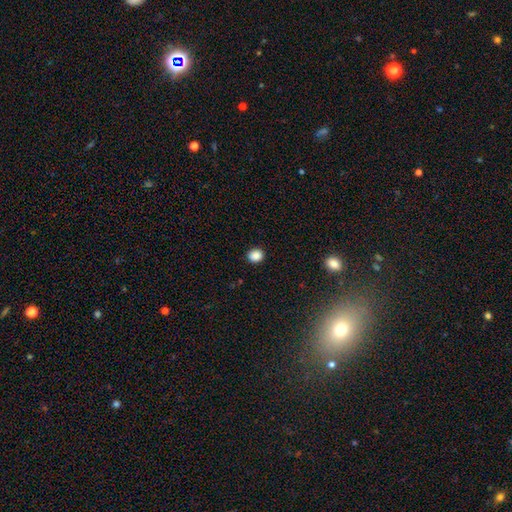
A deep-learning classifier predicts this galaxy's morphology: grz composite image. It shows a smooth galaxy with no disk features (87%) that is round (69%). Merging: none (90%).